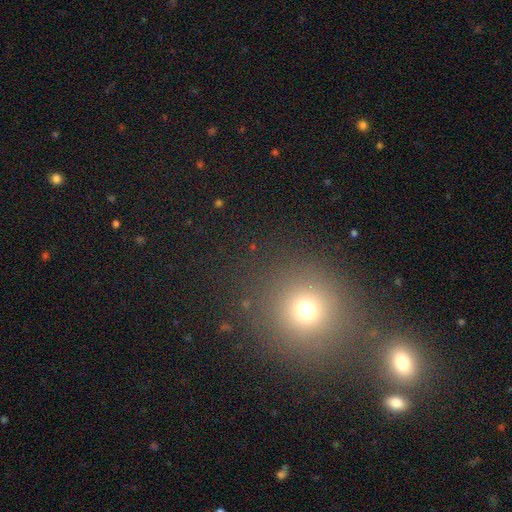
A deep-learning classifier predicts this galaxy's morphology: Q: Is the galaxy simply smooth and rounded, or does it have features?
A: smooth — 55%.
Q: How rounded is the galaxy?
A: round — 91%.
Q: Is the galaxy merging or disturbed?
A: none — 78%.